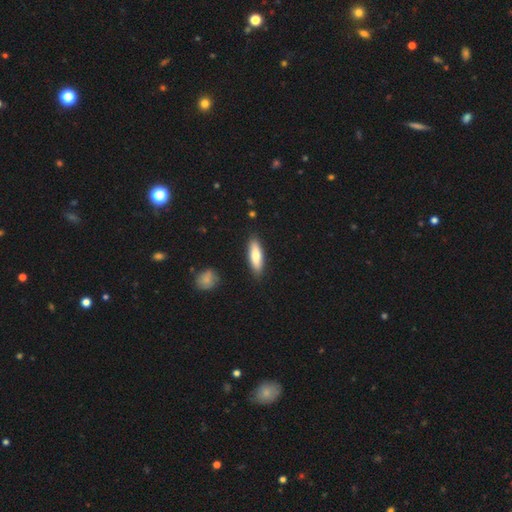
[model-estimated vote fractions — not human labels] This is likely a smooth galaxy (77%). How rounded: possibly cigar-shaped (51%). Merging: clearly none (87%).